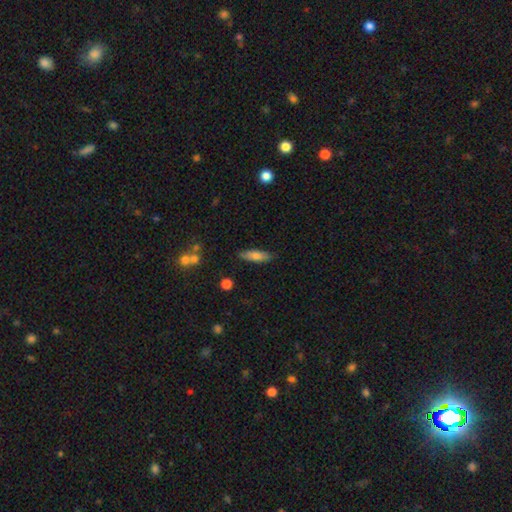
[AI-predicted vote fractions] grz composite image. It shows a smooth galaxy with no disk features (76%) that is cigar-shaped (57%). Merging: none (84%).